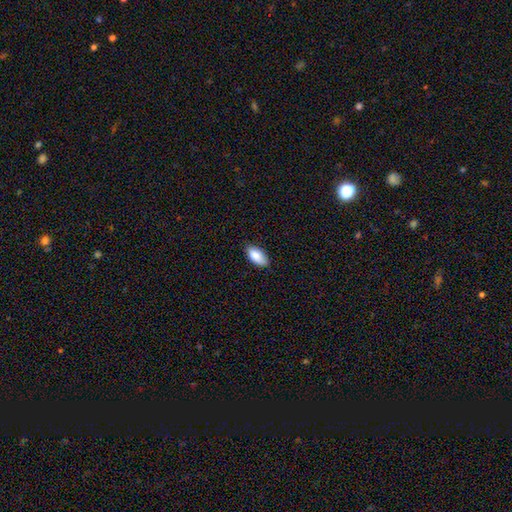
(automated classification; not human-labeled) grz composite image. It shows a smooth galaxy with no disk features (87%) that is in between round and cigar-shaped (93%). Merging: none (80%).